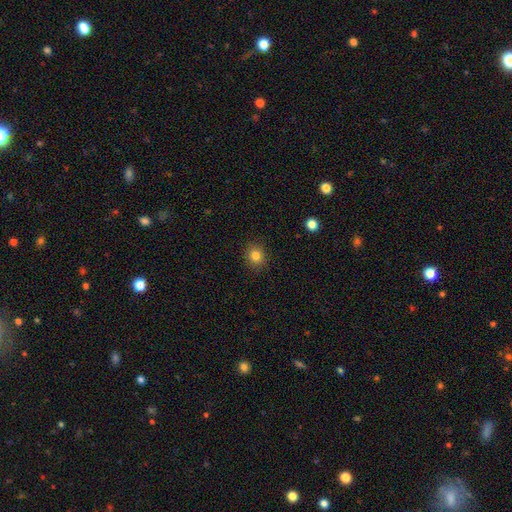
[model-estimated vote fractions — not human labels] Overall: smooth (82%). How rounded: round (80%). Merging: none (90%).